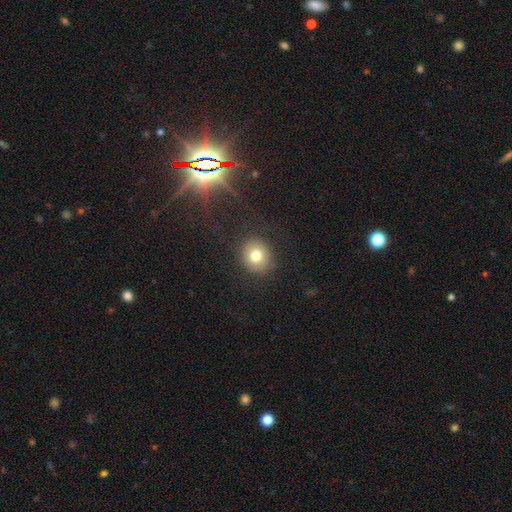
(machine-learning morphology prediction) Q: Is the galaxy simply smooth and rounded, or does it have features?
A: smooth — 74%.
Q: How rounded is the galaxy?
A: round — 75%.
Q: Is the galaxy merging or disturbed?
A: none — 86%.